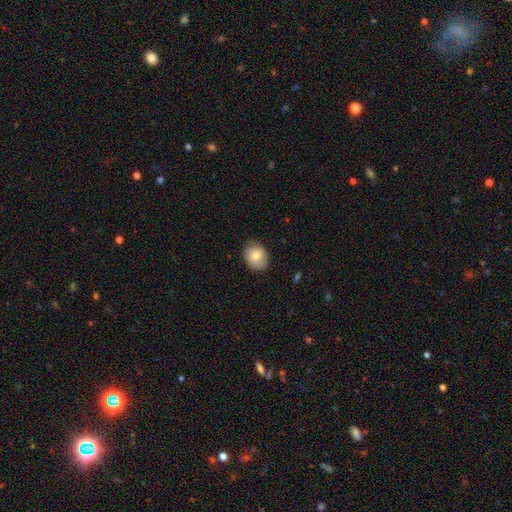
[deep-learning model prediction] Overall: smooth (80%). How rounded: in between (55%; round 44%). Merging: none (79%).